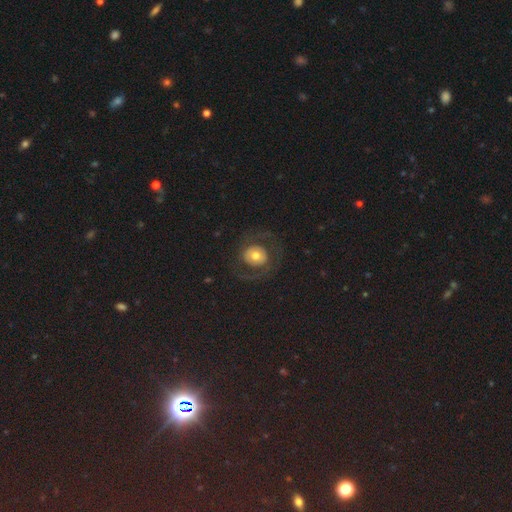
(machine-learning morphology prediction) A featured or disk galaxy (47%). Merging: none (68%).